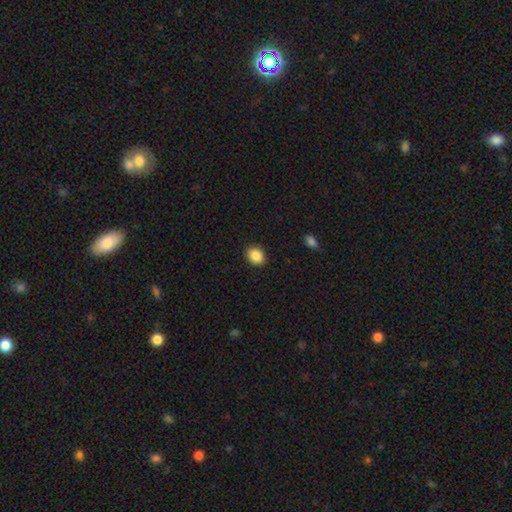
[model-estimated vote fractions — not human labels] A smooth galaxy with no disk features (88%) that is round (52%). Merging: none (91%).